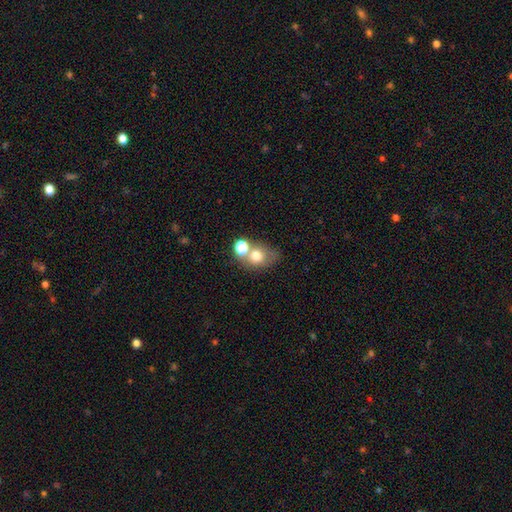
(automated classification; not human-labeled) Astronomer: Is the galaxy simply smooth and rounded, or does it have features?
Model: smooth — 69%.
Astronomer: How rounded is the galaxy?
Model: round — 55% (runner-up: in between, 44%).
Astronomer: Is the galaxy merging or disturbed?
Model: none — 46% (runner-up: merger, 37%).